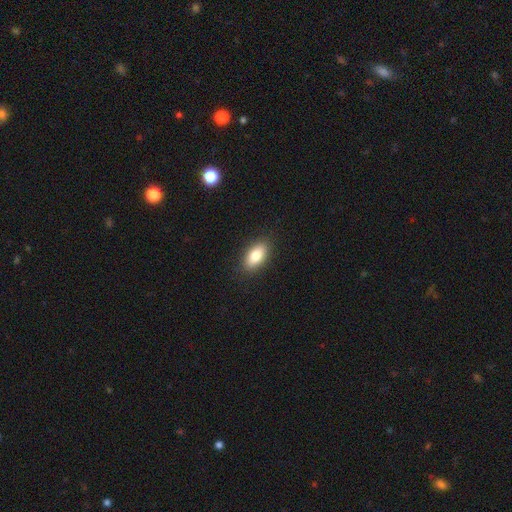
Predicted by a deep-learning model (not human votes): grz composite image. It shows a smooth galaxy with no disk features (82%) that is in between round and cigar-shaped (89%). Merging: none (89%).